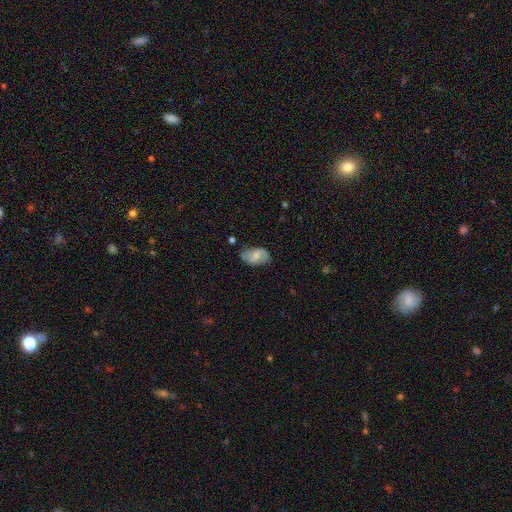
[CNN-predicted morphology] smooth_or_featured: smooth (p=0.51) [alt: featured or disk p=0.42]
how_rounded: in between (p=0.92) [alt: round p=0.06]
merging: none (p=0.69) [alt: minor disturbance p=0.24]